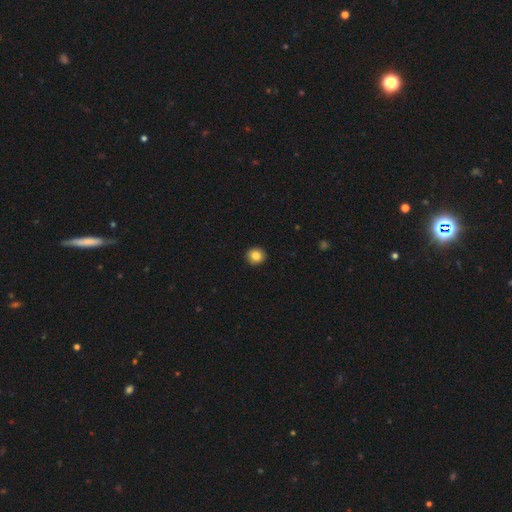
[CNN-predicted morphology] A smooth galaxy with no disk features (85%) that is round (87%).

Vote fractions:
- Smooth or featured? smooth: 85% / star or artifact: 9% / featured or disk: 5%
- How rounded? round: 87% / in between: 12% / cigar-shaped: 1%
- Merging? none: 92% / minor disturbance: 5% / major disturbance: 1% / merger: 1%